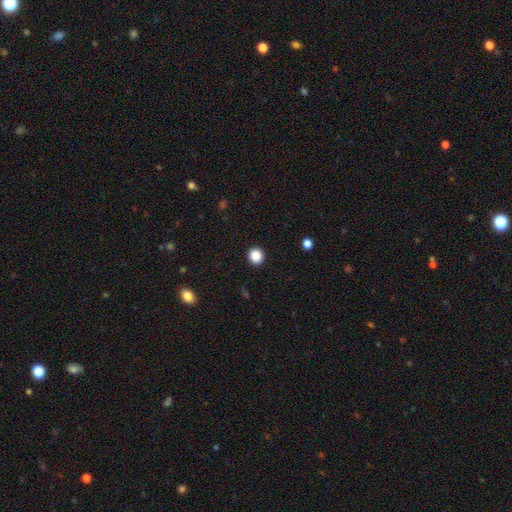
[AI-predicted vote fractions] A smooth galaxy with no disk features (87%) that is round (88%).

Vote fractions:
- Smooth or featured? smooth: 87% / star or artifact: 10% / featured or disk: 3%
- How rounded? round: 88% / in between: 11% / cigar-shaped: 1%
- Merging? none: 93% / minor disturbance: 5% / major disturbance: 2% / merger: 1%